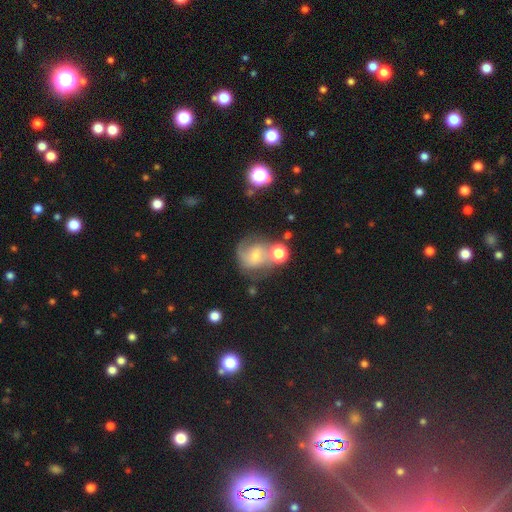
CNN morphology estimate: Q: Smooth or featured?
A: featured or disk (48%); runner-up: smooth (39%)
Q: Merging?
A: none (45%); runner-up: merger (21%)